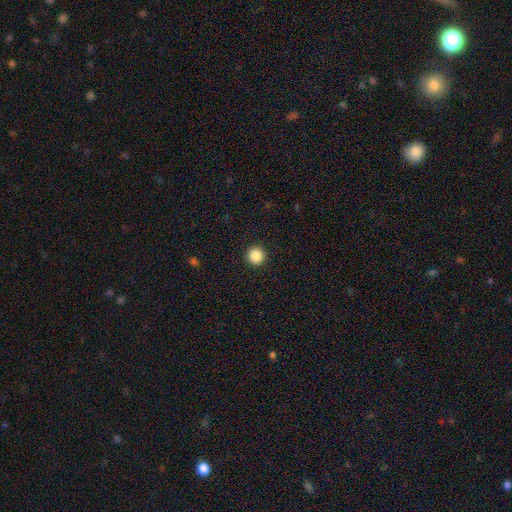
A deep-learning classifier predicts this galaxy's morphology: smooth 87%, star or artifact 10%, featured or disk 3%. Down the decision tree: how rounded — round (96%); merging — none (93%).